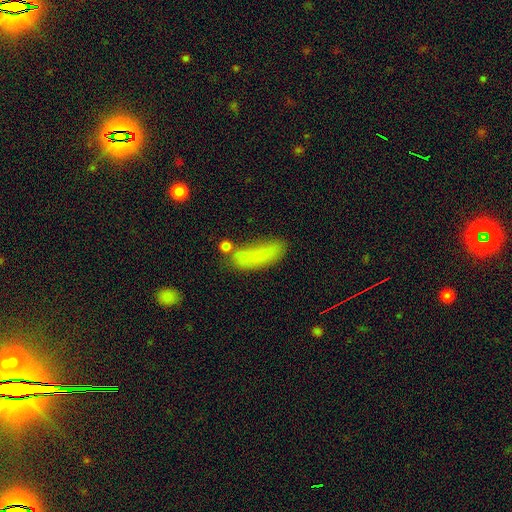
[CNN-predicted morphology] type=smooth (73%); roundness=cigar-shaped (52%); merging=none (43%).